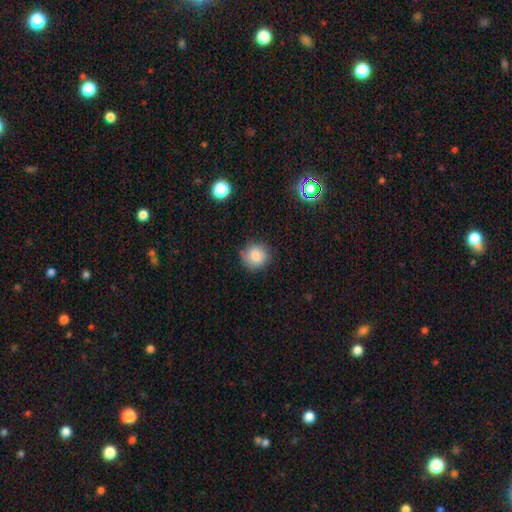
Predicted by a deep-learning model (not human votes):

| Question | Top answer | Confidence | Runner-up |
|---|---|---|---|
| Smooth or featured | smooth | 83% | star or artifact (10%) |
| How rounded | round | 90% | in between (9%) |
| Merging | none | 81% | minor disturbance (15%) |